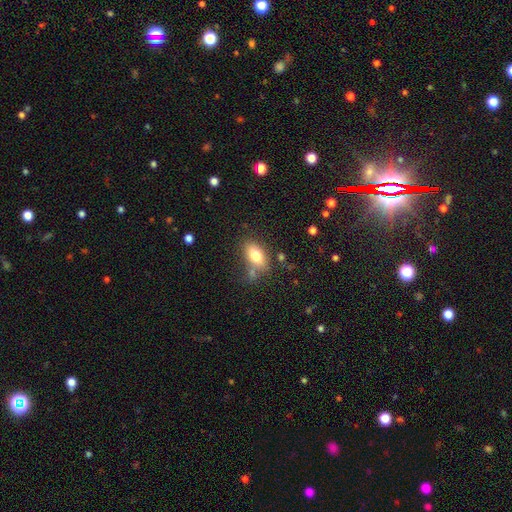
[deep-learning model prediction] smooth 78%, featured or disk 14%, star or artifact 8%. Down the decision tree: how rounded — in between (88%); merging — none (66%).